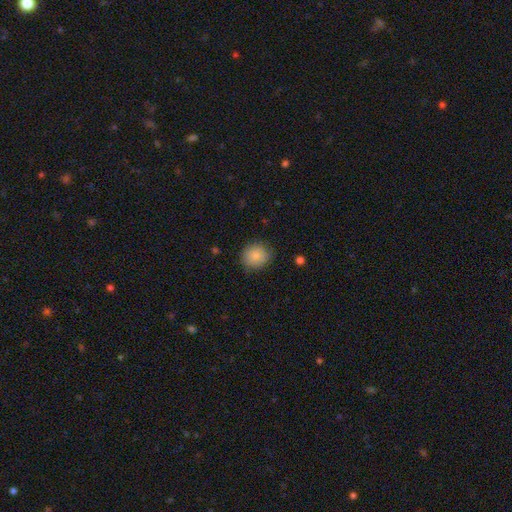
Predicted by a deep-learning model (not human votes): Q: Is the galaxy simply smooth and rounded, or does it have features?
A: smooth — 85%.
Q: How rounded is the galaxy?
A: round — 83%.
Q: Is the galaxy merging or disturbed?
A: none — 84%.